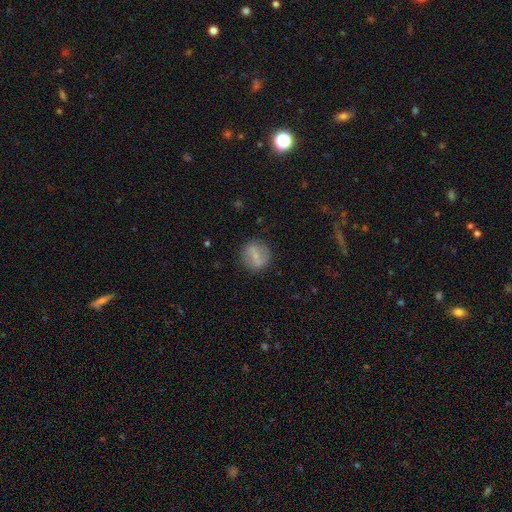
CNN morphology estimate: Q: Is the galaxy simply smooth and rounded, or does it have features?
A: smooth — 53%.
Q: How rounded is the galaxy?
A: round — 86%.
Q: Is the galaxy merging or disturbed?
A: none — 83%.